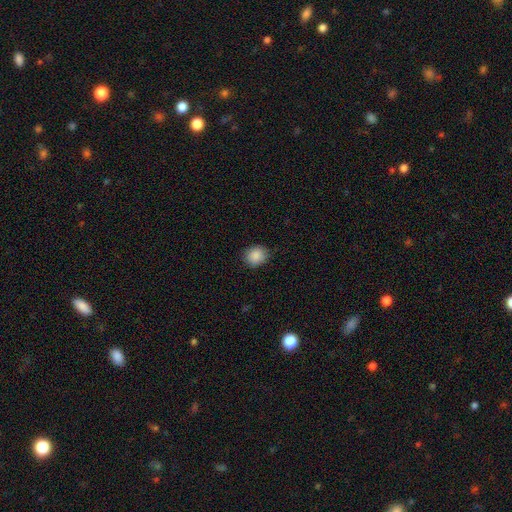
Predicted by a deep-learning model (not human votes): Morphology: type=smooth (88%); roundness=round (70%); merging=none (83%).